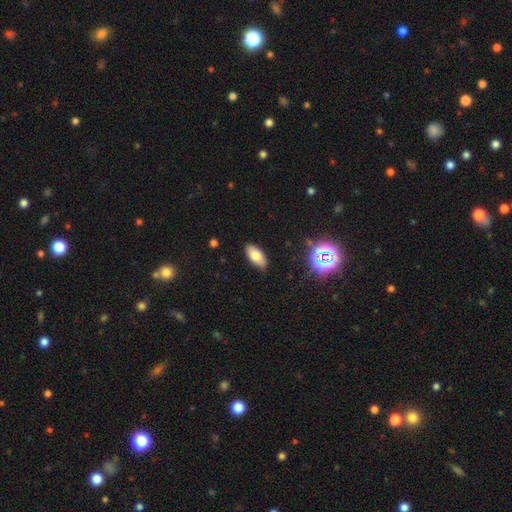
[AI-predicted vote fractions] A smooth galaxy with no disk features (77%) that is in between round and cigar-shaped (91%). Merging: none (87%).